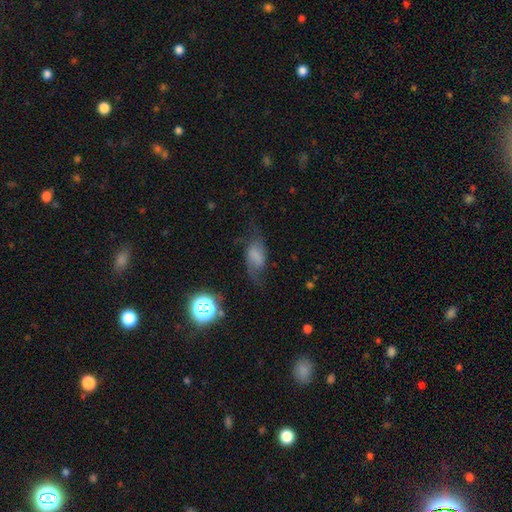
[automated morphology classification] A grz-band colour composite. It shows a smooth galaxy with no disk features (46%). Merging: none (50%).